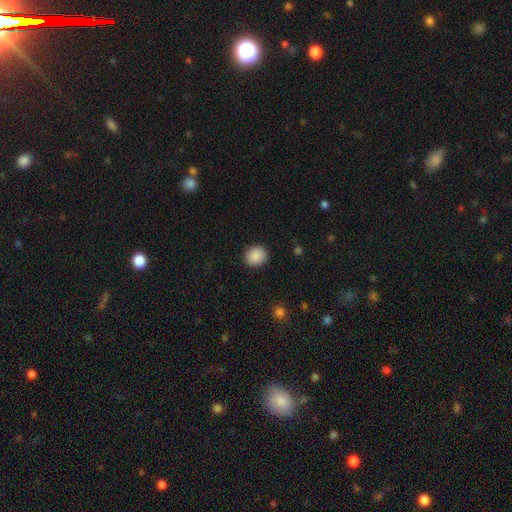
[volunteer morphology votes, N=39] Overall: smooth (92%). How rounded: round (86%). Merging: none (89%).